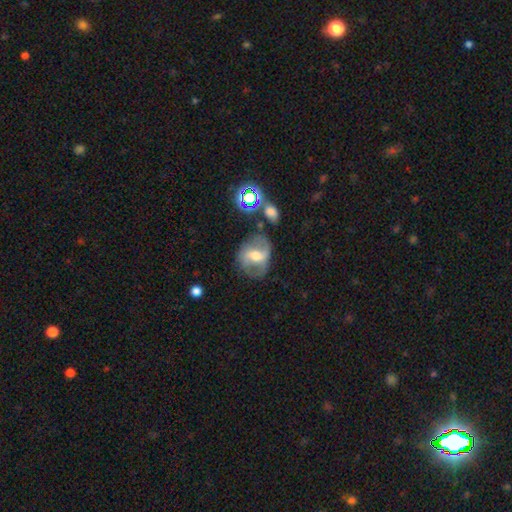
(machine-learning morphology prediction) Q: Smooth or featured?
A: featured or disk (66%); runner-up: smooth (25%)
Q: Edge-on disk?
A: no (95%); runner-up: yes (5%)
Q: Bar?
A: weak (42%); runner-up: strong (38%)
Q: Spiral arms?
A: yes (75%); runner-up: no (25%)
Q: Bulge size?
A: moderate (66%); runner-up: small (22%)
Q: Merging?
A: none (65%); runner-up: minor disturbance (19%)